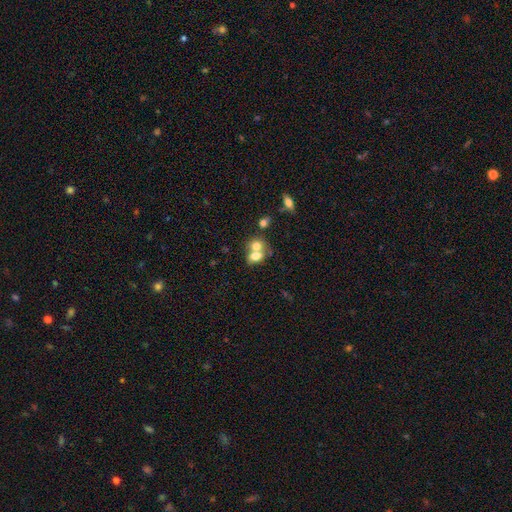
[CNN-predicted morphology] This is likely a smooth galaxy (70%). How rounded: possibly in between (59%). Merging: likely merger (65%).